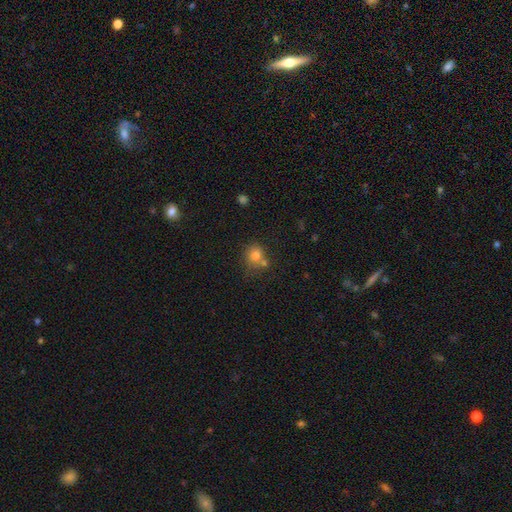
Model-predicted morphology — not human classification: A smooth galaxy with no disk features (78%) that is round (76%). Merging: none (53%).